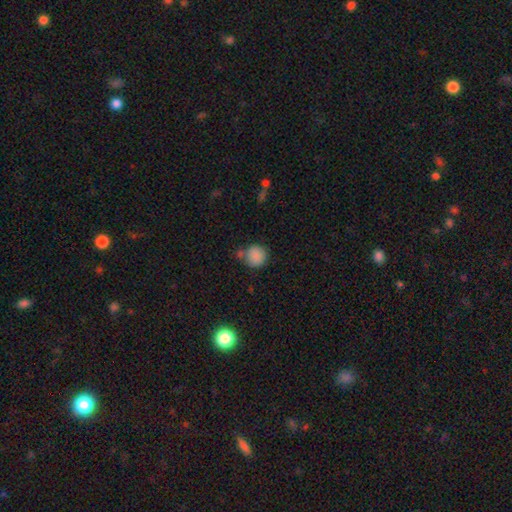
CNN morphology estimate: This is clearly a smooth galaxy (86%). How rounded: clearly round (90%). Merging: likely none (64%).